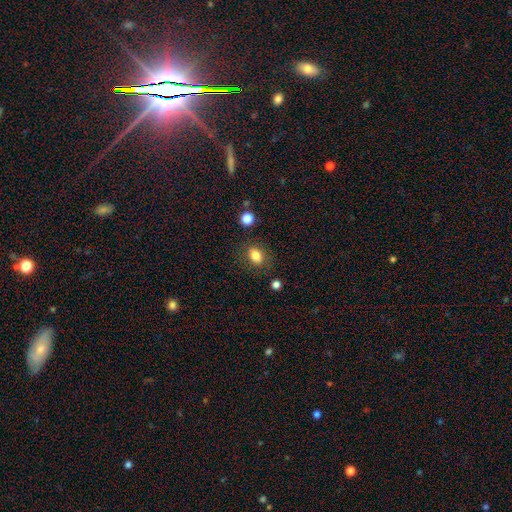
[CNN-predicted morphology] The model was most divided on "how rounded": in between: 74%, round: 25%, cigar-shaped: 2%. More confident: smooth or featured — smooth (83%); merging — none (81%).